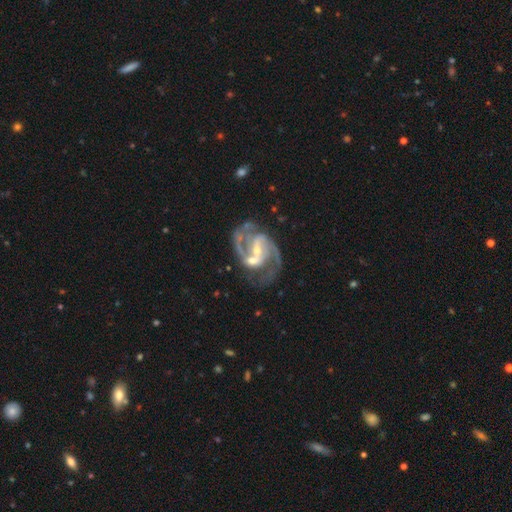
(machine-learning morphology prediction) Smooth or featured? Predicted: featured or disk (p=0.92). Edge-on disk? Predicted: no (p=0.98). Bar? Predicted: strong (p=0.44). Spiral arms? Predicted: yes (p=0.98). Spiral winding? Predicted: medium (p=0.63). Spiral arm count? Predicted: 2 (p=0.88). Bulge size? Predicted: small (p=0.61). Merging? Predicted: none (p=0.56).